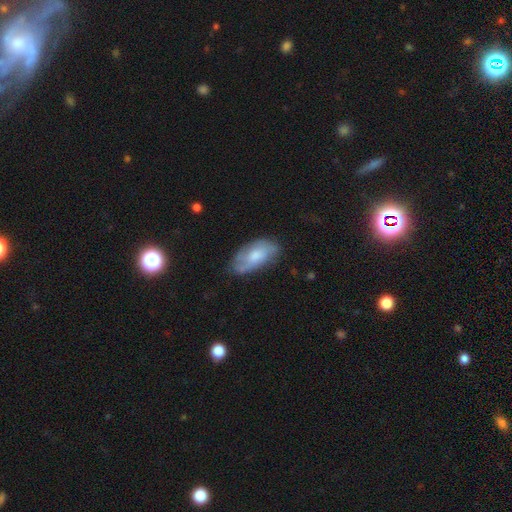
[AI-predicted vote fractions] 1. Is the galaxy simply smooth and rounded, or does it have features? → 52% smooth, 41% featured or disk, 7% star or artifact.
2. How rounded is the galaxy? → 92% in between, 5% cigar-shaped, 3% round.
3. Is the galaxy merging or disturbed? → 63% none, 27% minor disturbance, 8% major disturbance, 2% merger.